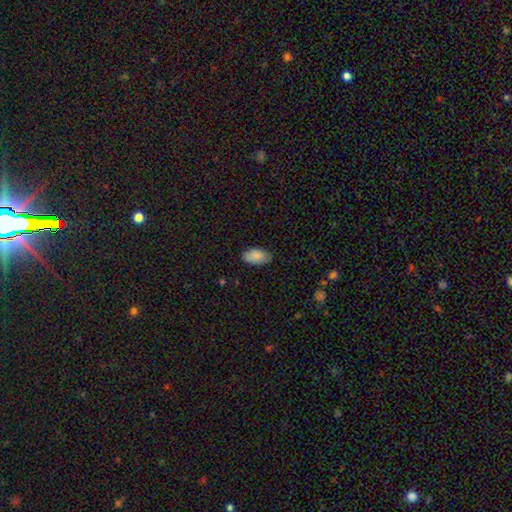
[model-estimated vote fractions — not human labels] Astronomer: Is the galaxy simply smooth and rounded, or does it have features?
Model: smooth — 86%.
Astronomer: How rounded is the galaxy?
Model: in between — 95%.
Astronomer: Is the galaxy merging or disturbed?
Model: none — 76%.